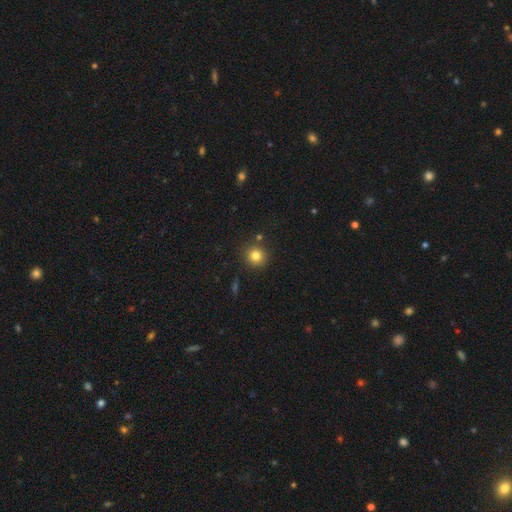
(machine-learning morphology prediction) smooth 81%, star or artifact 13%, featured or disk 7%. Down the decision tree: how rounded — round (94%); merging — none (87%).